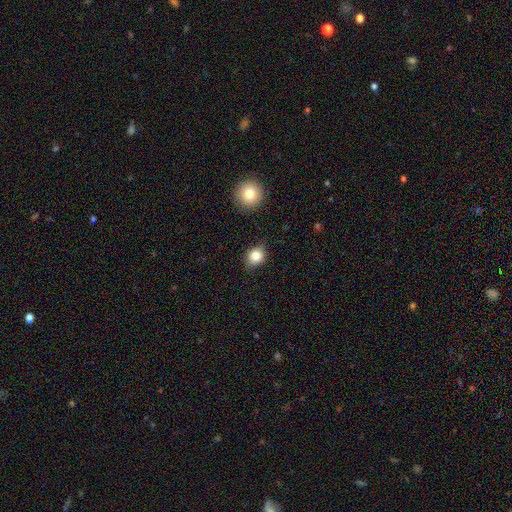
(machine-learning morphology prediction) A smooth galaxy with no disk features (83%) that is round (61%).

Vote fractions:
- Smooth or featured? smooth: 83% / star or artifact: 10% / featured or disk: 7%
- How rounded? round: 61% / in between: 38% / cigar-shaped: 1%
- Merging? none: 79% / minor disturbance: 16% / major disturbance: 3% / merger: 2%